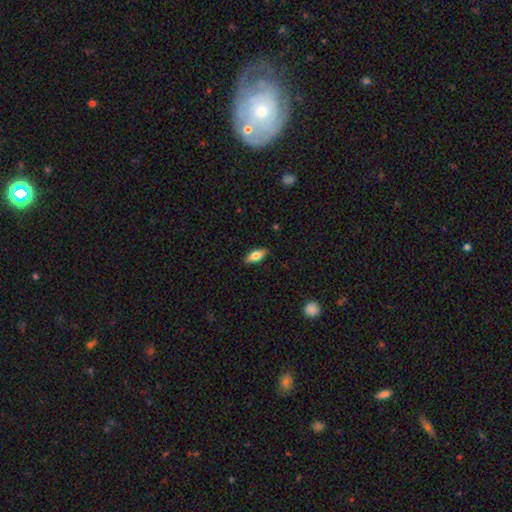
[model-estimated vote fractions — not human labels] Overall: smooth (73%). How rounded: in between (78%). Merging: none (88%).